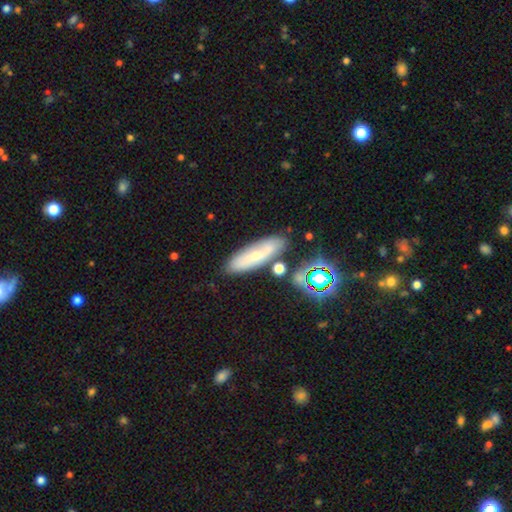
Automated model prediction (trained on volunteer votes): Q: Smooth or featured?
A: smooth (50%); runner-up: featured or disk (37%)
Q: How rounded?
A: cigar-shaped (50%); runner-up: in between (46%)
Q: Merging?
A: none (75%); runner-up: minor disturbance (14%)